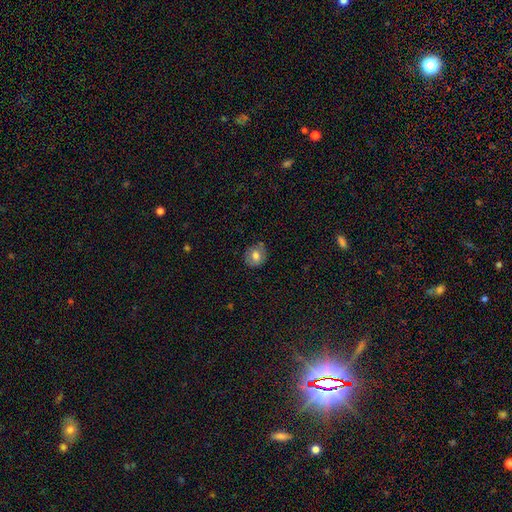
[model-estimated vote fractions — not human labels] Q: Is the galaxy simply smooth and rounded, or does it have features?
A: smooth — 74%.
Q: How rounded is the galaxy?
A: round — 78%.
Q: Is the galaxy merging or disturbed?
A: none — 80%.